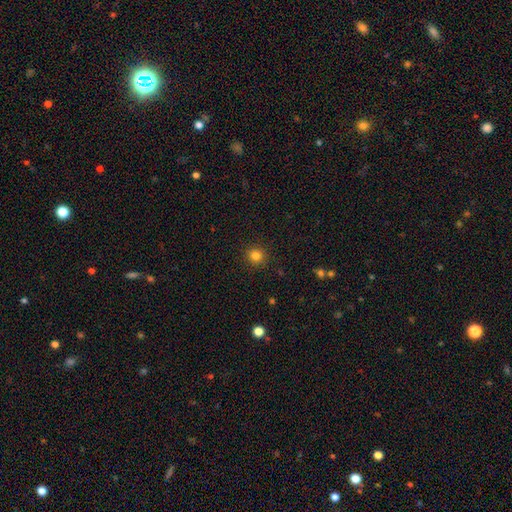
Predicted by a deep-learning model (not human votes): smooth_or_featured: smooth (p=0.82) [alt: star or artifact p=0.13]
how_rounded: round (p=0.91) [alt: in between p=0.08]
merging: none (p=0.91) [alt: minor disturbance p=0.06]